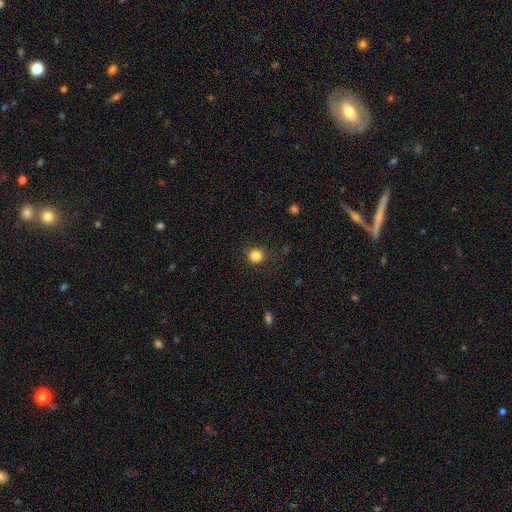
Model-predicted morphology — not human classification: This appears to be a smooth galaxy with no disk features (85%) that is round (91%). Merging: none (87%).